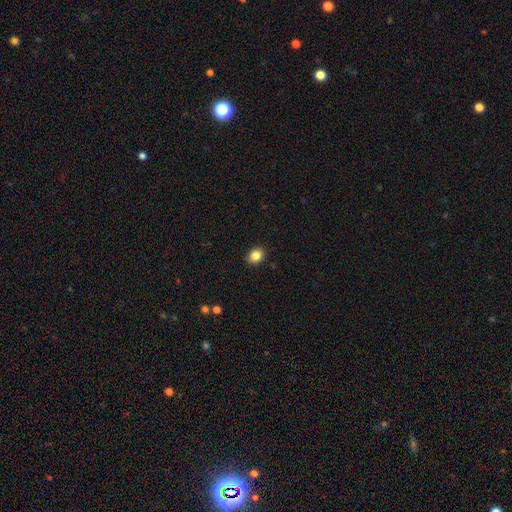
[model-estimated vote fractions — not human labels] Overall: smooth (85%). How rounded: round (57%; in between 42%). Merging: none (90%).